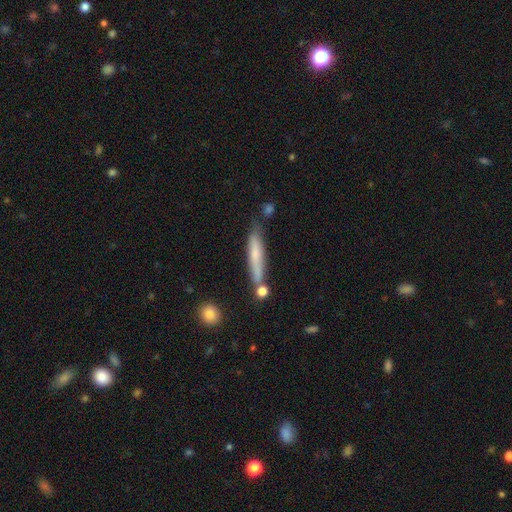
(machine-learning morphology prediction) The model was most divided on "smooth or featured": smooth: 62%, featured or disk: 31%, star or artifact: 7%. More confident: how rounded — cigar-shaped (90%); merging — none (68%).